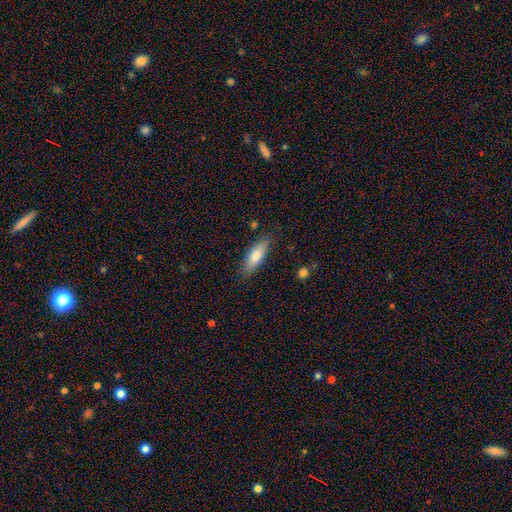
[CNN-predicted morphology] Overall: smooth (78%). How rounded: in between (60%; cigar-shaped 38%). Merging: none (83%).